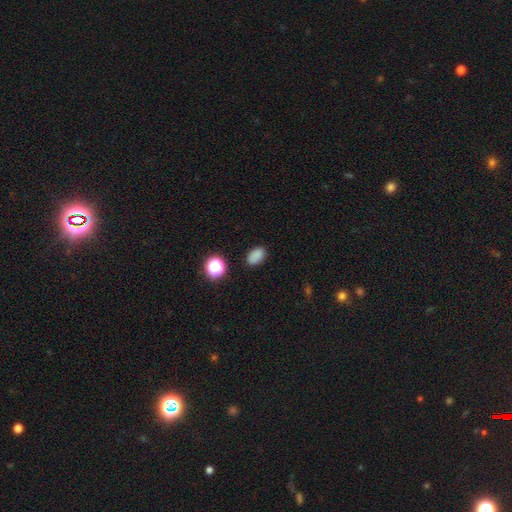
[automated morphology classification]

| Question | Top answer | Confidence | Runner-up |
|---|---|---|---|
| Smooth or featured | smooth | 83% | star or artifact (13%) |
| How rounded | in between | 85% | round (13%) |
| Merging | none | 84% | minor disturbance (11%) |